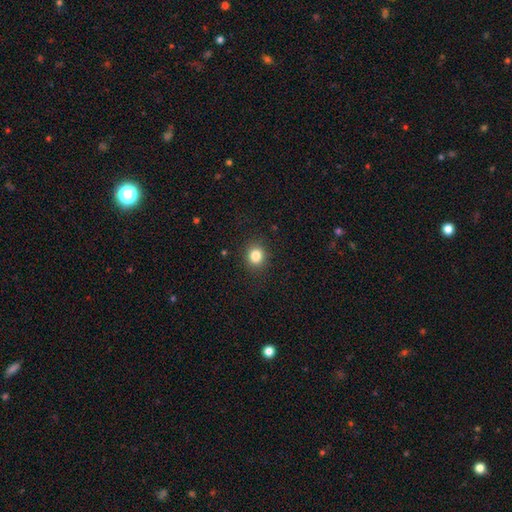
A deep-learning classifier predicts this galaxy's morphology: Smooth or featured: smooth — 84% (star or artifact — 11%)
How rounded: round — 78% (in between — 21%)
Merging: none — 88% (minor disturbance — 8%)